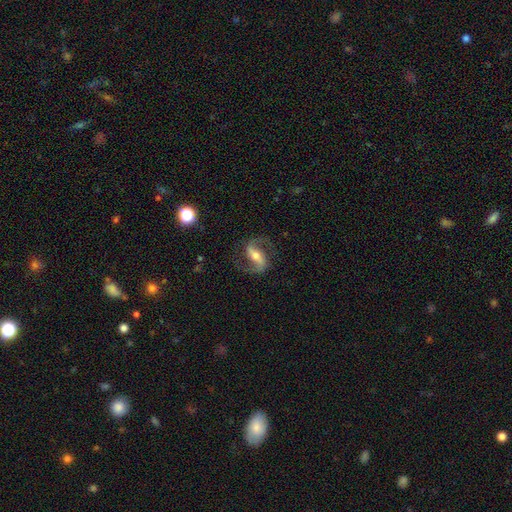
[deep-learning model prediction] Smooth or featured? featured or disk (87%)
Edge-on disk? no (96%)
Bar? strong (57%)
Spiral arms? yes (96%)
Spiral winding? medium (51%)
Spiral arm count? 2 (93%)
Bulge size? moderate (57%)
Merging? none (79%)